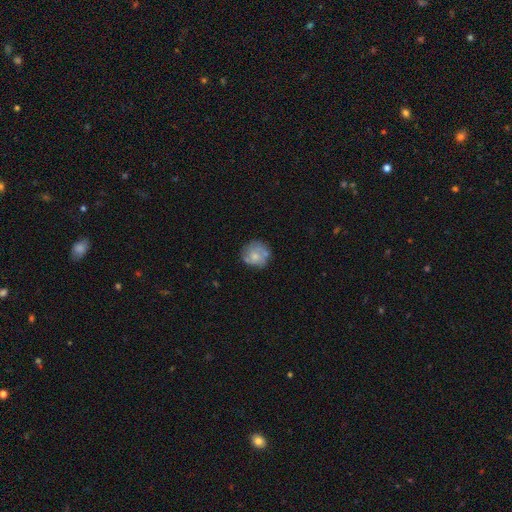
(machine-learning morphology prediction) smooth-or-featured: smooth: 47% | featured or disk: 46% | star or artifact: 8%
  merging: none: 65% | minor disturbance: 21% | major disturbance: 8% | merger: 5%